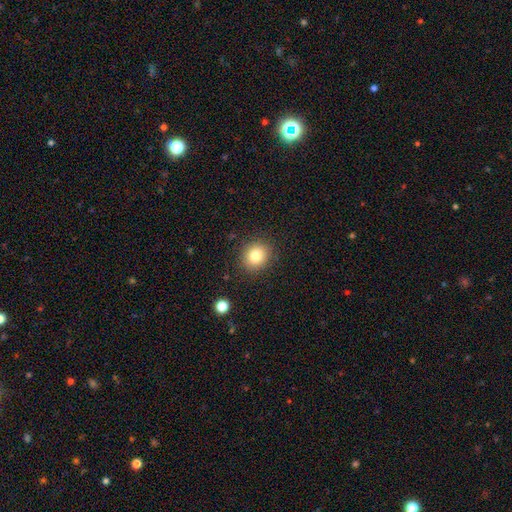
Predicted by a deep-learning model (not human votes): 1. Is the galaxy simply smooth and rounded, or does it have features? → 80% smooth, 11% star or artifact, 8% featured or disk.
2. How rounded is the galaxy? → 78% round, 21% in between, 1% cigar-shaped.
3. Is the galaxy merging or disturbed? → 88% none, 8% minor disturbance, 3% major disturbance, 1% merger.